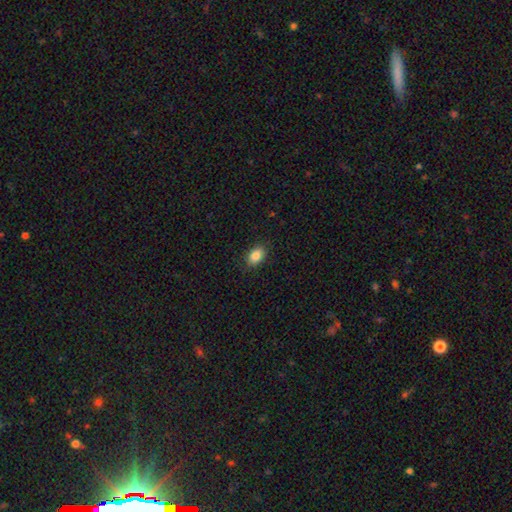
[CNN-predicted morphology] smooth_or_featured: smooth (p=0.86) [alt: star or artifact p=0.09]
how_rounded: in between (p=0.83) [alt: round p=0.16]
merging: none (p=0.88) [alt: minor disturbance p=0.09]